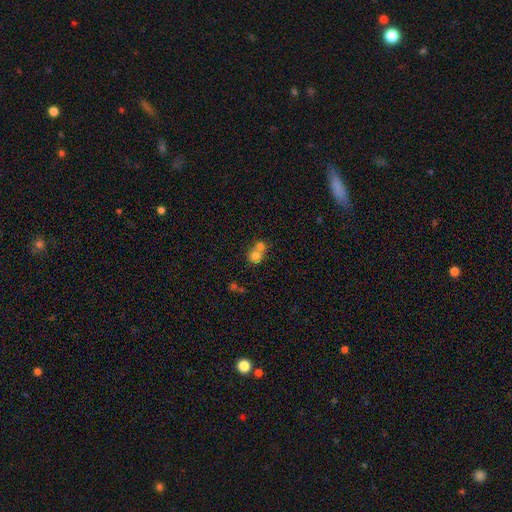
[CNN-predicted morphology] Smooth or featured? smooth (75%)
How rounded? round (81%)
Merging? merger (59%)